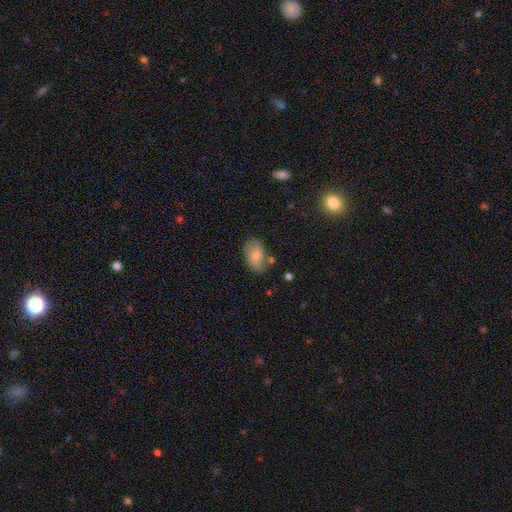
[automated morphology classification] A smooth galaxy with no disk features (71%) that is in between round and cigar-shaped (89%). Merging: none (54%).